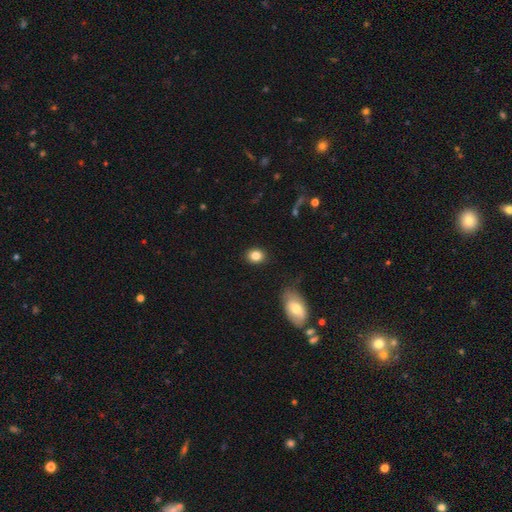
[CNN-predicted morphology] Smooth or featured: smooth — 84% (star or artifact — 10%)
How rounded: round — 54% (in between — 45%)
Merging: none — 88% (minor disturbance — 8%)